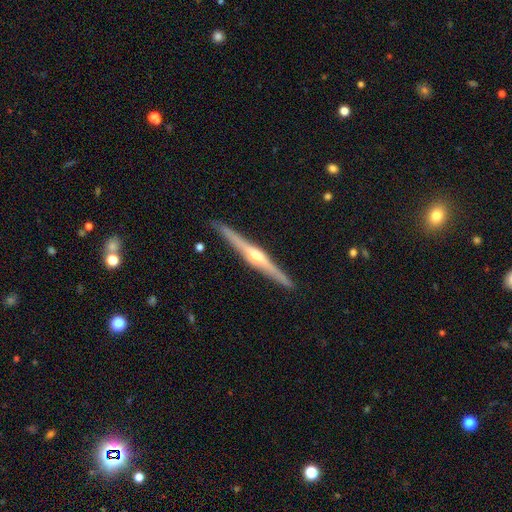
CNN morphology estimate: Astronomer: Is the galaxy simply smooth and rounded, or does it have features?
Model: featured or disk — 81%.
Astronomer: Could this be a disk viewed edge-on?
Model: yes — 98%.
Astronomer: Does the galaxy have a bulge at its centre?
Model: rounded — 88%.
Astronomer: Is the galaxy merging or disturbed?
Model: none — 92%.